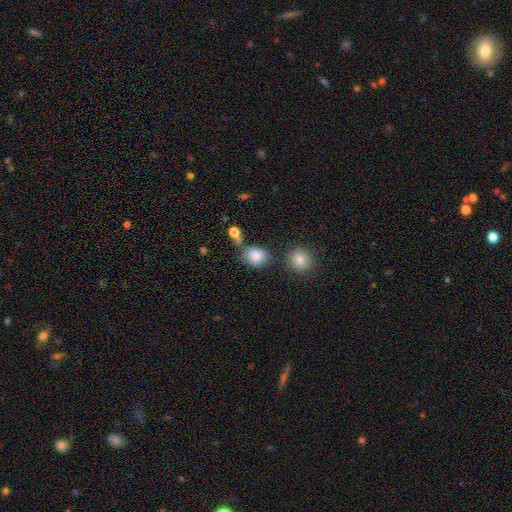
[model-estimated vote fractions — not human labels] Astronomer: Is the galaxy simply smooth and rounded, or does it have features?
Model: smooth — 84%.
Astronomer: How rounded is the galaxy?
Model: in between — 56% (runner-up: round, 43%).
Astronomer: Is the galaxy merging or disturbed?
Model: none — 58%.